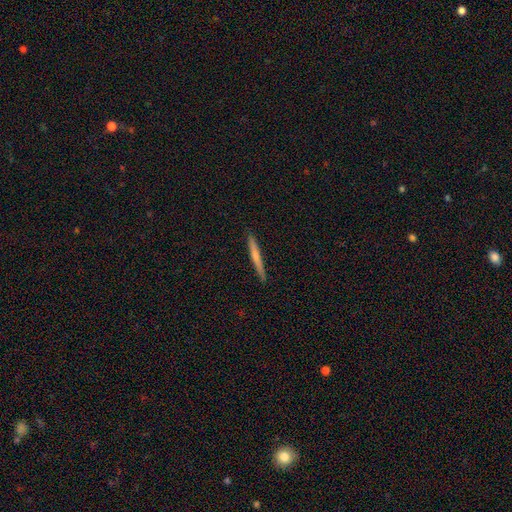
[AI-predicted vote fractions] This is possibly a smooth galaxy (56%). How rounded: clearly cigar-shaped (96%). Merging: clearly none (90%).